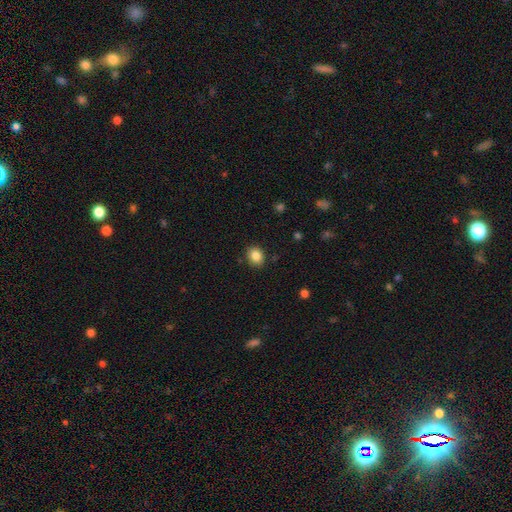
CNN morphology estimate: Smooth or featured? Predicted: smooth (p=0.85). How rounded? Predicted: round (p=0.54). Merging? Predicted: none (p=0.87).